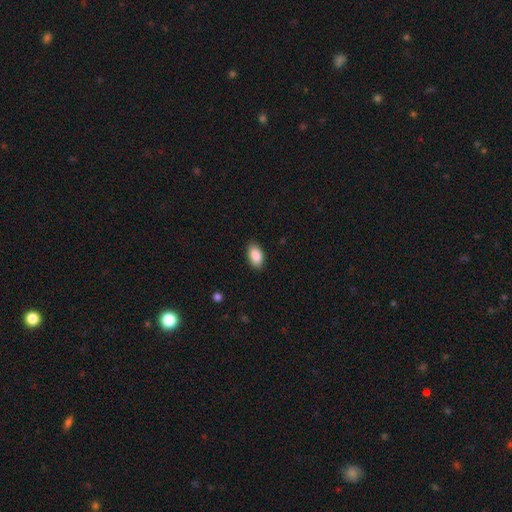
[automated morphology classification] Smooth or featured? smooth (89%)
How rounded? in between (94%)
Merging? none (88%)